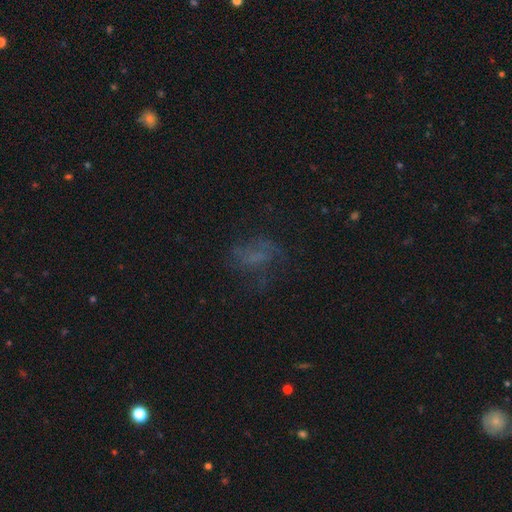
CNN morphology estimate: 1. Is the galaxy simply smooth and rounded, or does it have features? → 39% featured or disk, 35% smooth, 26% star or artifact.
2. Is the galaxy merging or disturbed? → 53% none, 26% major disturbance, 19% minor disturbance, 2% merger.